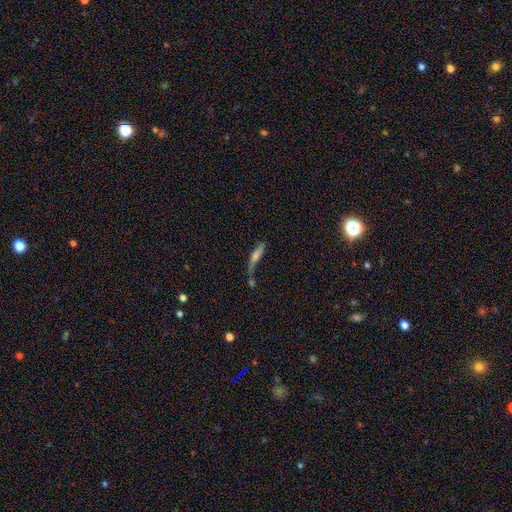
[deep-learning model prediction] Q: Smooth or featured?
A: smooth (52%); runner-up: featured or disk (36%)
Q: How rounded?
A: cigar-shaped (76%); runner-up: in between (20%)
Q: Merging?
A: merger (36%); runner-up: none (29%)